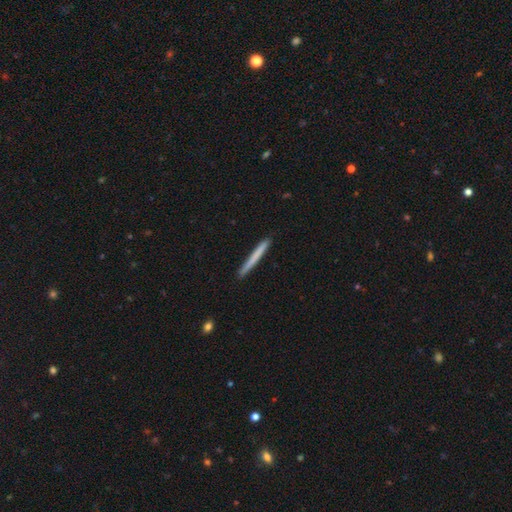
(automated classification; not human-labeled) smooth 68%, featured or disk 26%, star or artifact 5%. Down the decision tree: how rounded — cigar-shaped (97%); merging — none (91%).